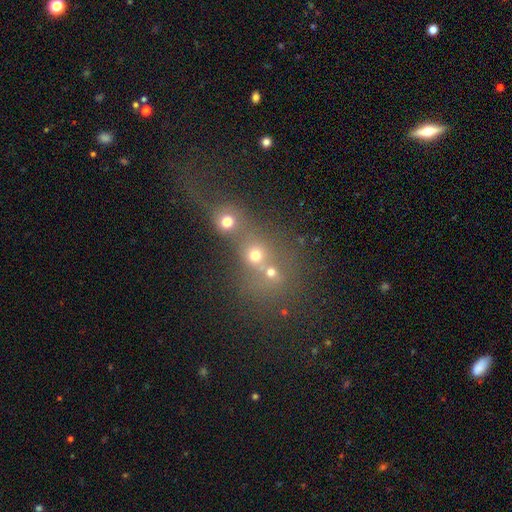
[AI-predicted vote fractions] Q: Smooth or featured?
A: smooth (59%); runner-up: star or artifact (23%)
Q: How rounded?
A: round (75%); runner-up: in between (23%)
Q: Merging?
A: merger (59%); runner-up: none (29%)